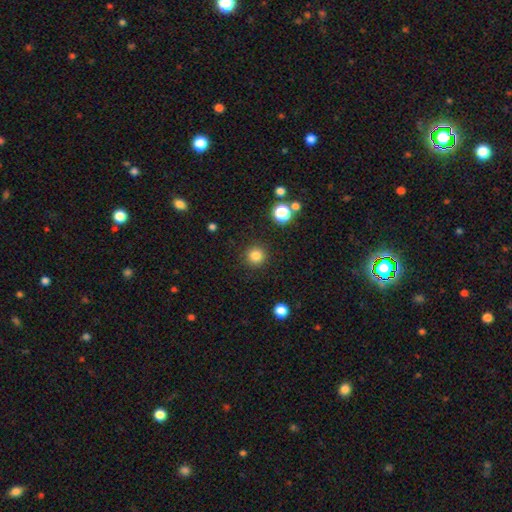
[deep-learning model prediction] Morphology: type=smooth (82%); roundness=round (95%); merging=none (91%).